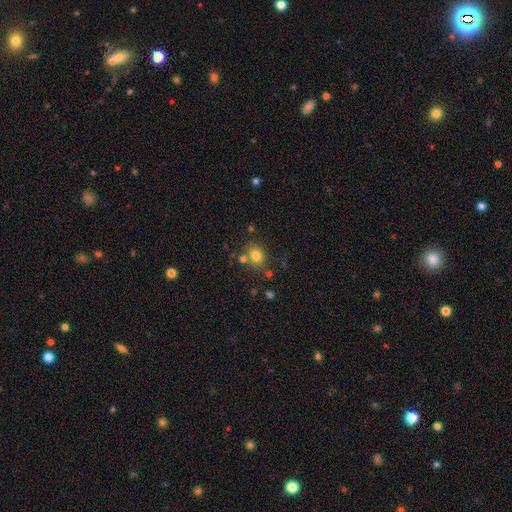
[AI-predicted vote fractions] A smooth galaxy with no disk features (78%) that is round (61%).

Vote fractions:
- Smooth or featured? smooth: 78% / star or artifact: 13% / featured or disk: 9%
- How rounded? round: 61% / in between: 38% / cigar-shaped: 1%
- Merging? none: 72% / minor disturbance: 12% / merger: 12% / major disturbance: 4%